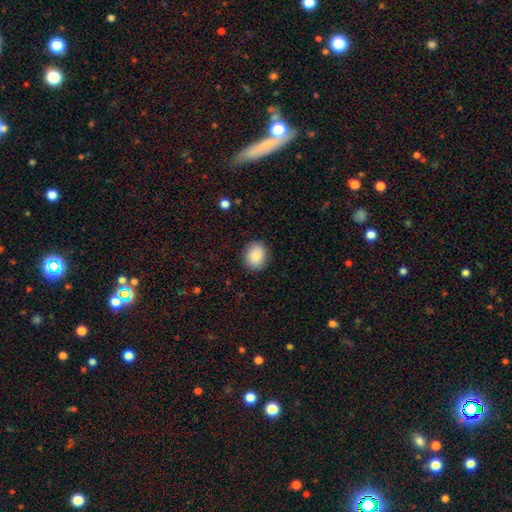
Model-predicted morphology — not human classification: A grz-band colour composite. It shows a smooth galaxy with no disk features (88%) that is round (53%). Merging: none (87%).